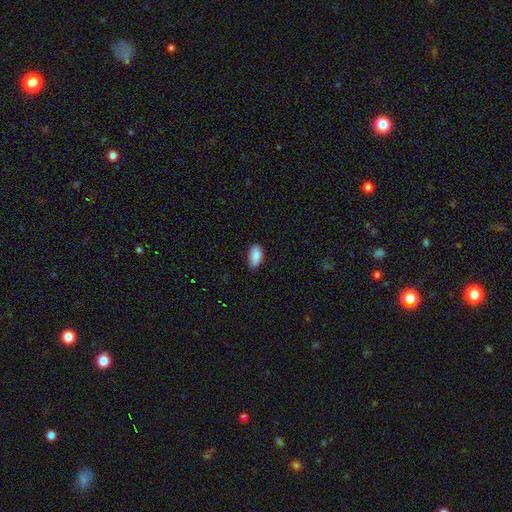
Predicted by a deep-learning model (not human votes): Q: Smooth or featured?
A: smooth (89%); runner-up: star or artifact (7%)
Q: How rounded?
A: in between (94%); runner-up: round (4%)
Q: Merging?
A: none (79%); runner-up: minor disturbance (18%)